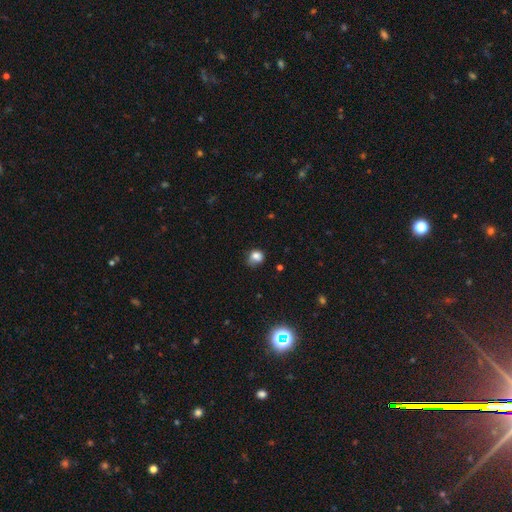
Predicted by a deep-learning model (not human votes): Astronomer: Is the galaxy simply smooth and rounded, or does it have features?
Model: smooth — 78%.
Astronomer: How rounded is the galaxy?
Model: round — 68%.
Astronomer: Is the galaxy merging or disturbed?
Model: none — 46% (runner-up: minor disturbance, 34%).